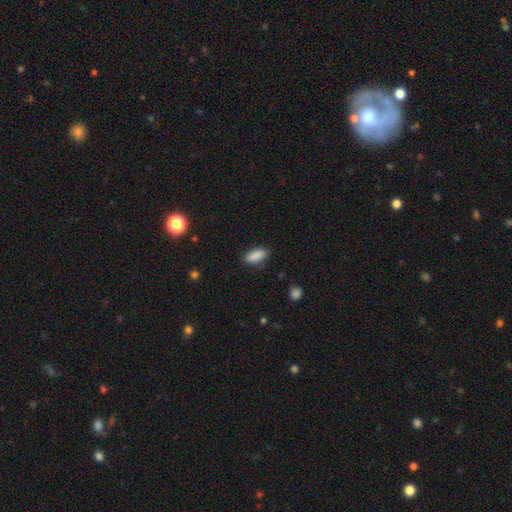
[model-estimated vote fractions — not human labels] Smooth or featured? Predicted: smooth (p=0.89). How rounded? Predicted: in between (p=0.84). Merging? Predicted: none (p=0.86).